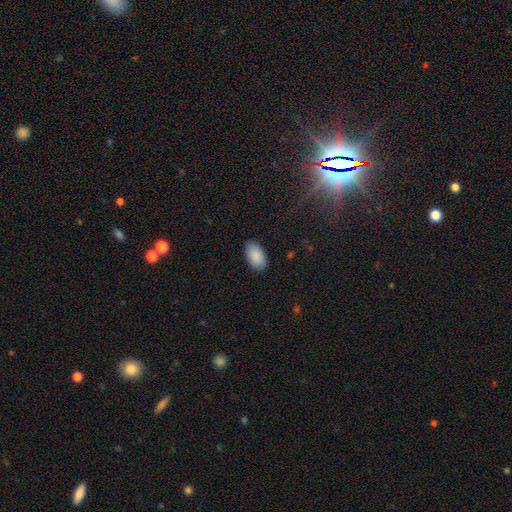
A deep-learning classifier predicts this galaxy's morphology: The model was most divided on "merging": none: 88%, minor disturbance: 9%, major disturbance: 2%, merger: 1%. More confident: how rounded — in between (96%); smooth or featured — smooth (90%).